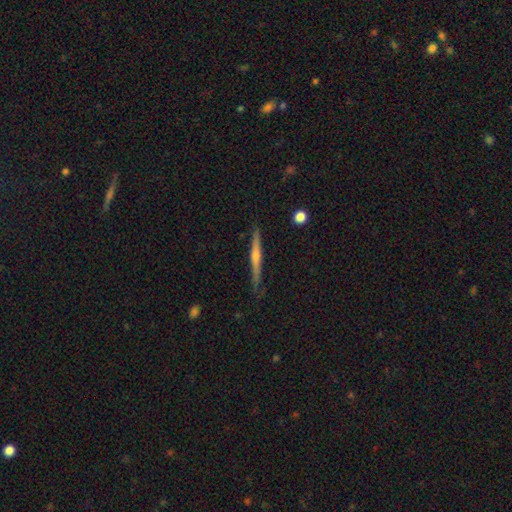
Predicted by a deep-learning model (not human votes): featured or disk 72%, smooth 22%, star or artifact 6%. Down the decision tree: edge-on disk — yes (98%); edge-on bulge — rounded (78%); merging — none (86%).